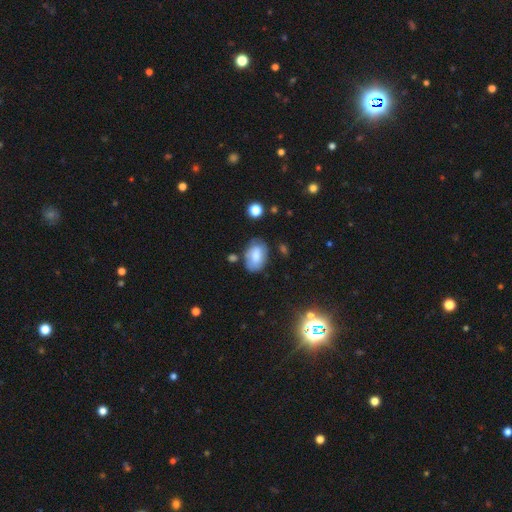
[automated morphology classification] The model was most divided on "merging": none: 67%, minor disturbance: 23%, major disturbance: 6%, merger: 5%. More confident: how rounded — in between (90%); smooth or featured — smooth (74%).